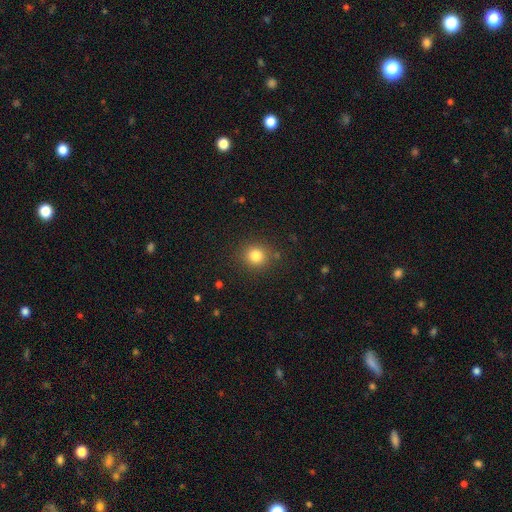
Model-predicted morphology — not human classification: smooth_or_featured: smooth (p=0.82) [alt: star or artifact p=0.12]
how_rounded: round (p=0.87) [alt: in between p=0.12]
merging: none (p=0.87) [alt: minor disturbance p=0.08]